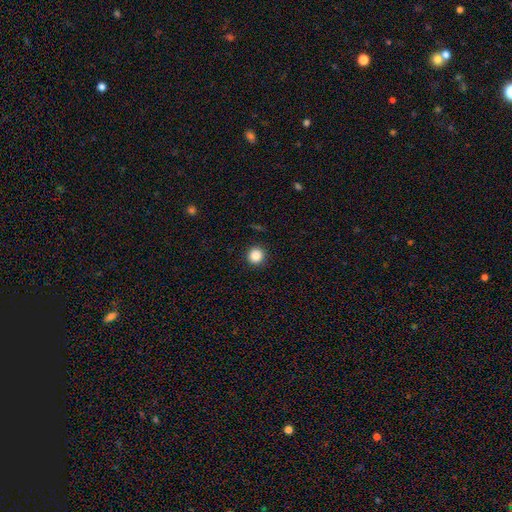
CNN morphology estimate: A smooth galaxy with no disk features (86%) that is round (95%). Merging: none (92%).